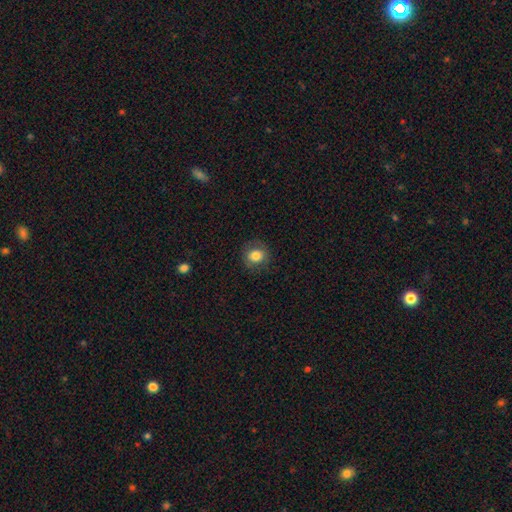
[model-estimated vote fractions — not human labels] The model was most divided on "how rounded": round: 82%, in between: 17%, cigar-shaped: 1%. More confident: merging — none (84%); smooth or featured — smooth (81%).